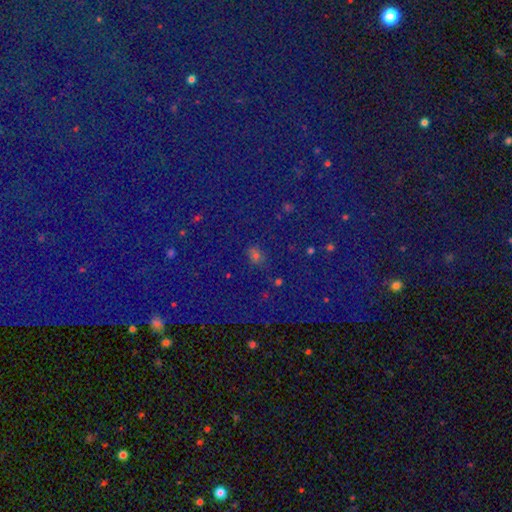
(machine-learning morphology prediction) A star or artifact, not a galaxy (80%).

Vote fractions:
- Smooth or featured? star or artifact: 80% / smooth: 12% / featured or disk: 8%